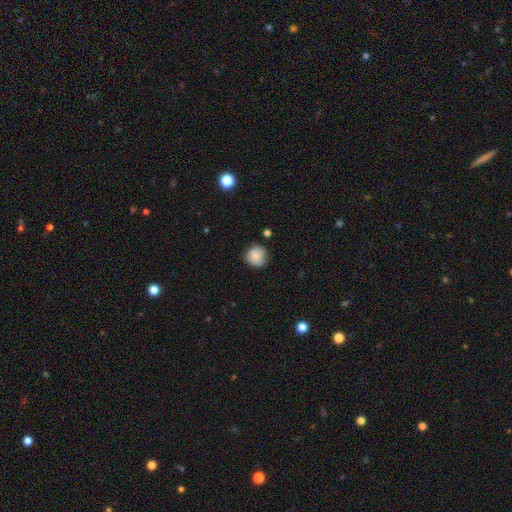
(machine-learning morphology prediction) Smooth or featured: smooth — 80% (featured or disk — 11%)
How rounded: round — 87% (in between — 12%)
Merging: none — 69% (minor disturbance — 23%)